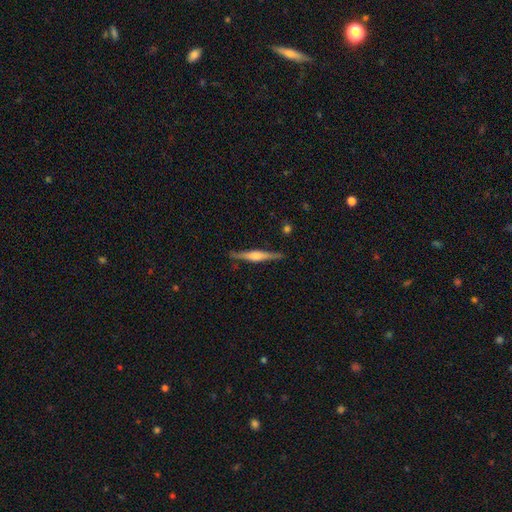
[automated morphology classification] smooth_or_featured: featured or disk (p=0.78) [alt: smooth p=0.17]
disk_edge_on: yes (p=0.98) [alt: no p=0.02]
edge_on_bulge: rounded (p=0.68) [alt: boxy p=0.25]
merging: none (p=0.90) [alt: minor disturbance p=0.08]